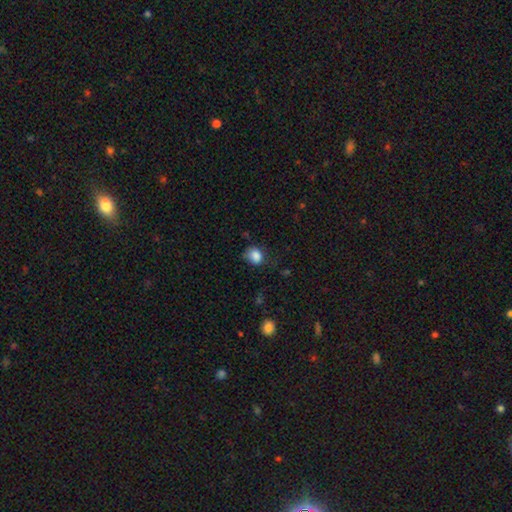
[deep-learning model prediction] Overall: smooth (85%). How rounded: round (52%; in between 47%). Merging: none (60%; minor disturbance 29%).